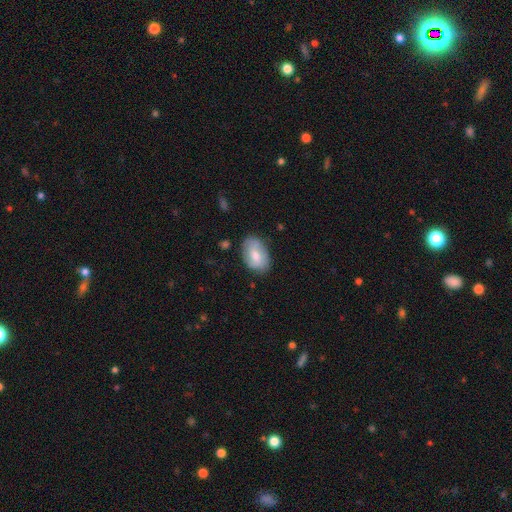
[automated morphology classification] smooth-or-featured: smooth: 68% | featured or disk: 26% | star or artifact: 6%
  how-rounded: in between: 88% | round: 11% | cigar-shaped: 1%
  merging: none: 75% | minor disturbance: 19% | major disturbance: 4% | merger: 2%